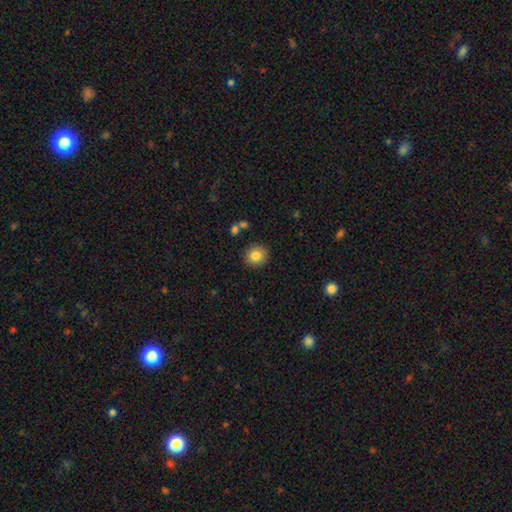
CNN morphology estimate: Smooth or featured?
  - smooth: 83% *
  - star or artifact: 10%
  - featured or disk: 7%
How rounded?
  - round: 88% *
  - in between: 11%
  - cigar-shaped: 1%
Merging?
  - none: 88% *
  - minor disturbance: 7%
  - merger: 3%
  - major disturbance: 2%